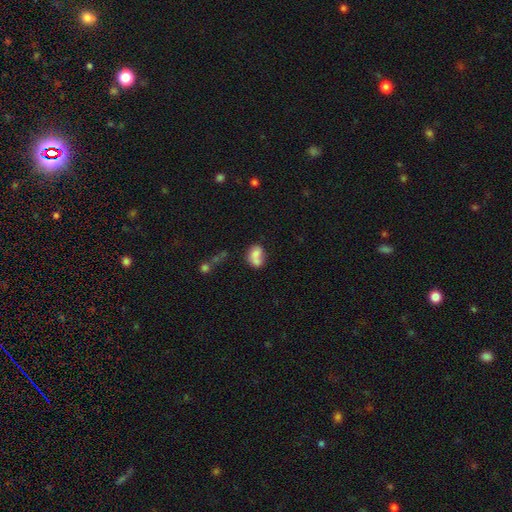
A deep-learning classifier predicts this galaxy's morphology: Q: Smooth or featured?
A: smooth (69%); runner-up: featured or disk (21%)
Q: How rounded?
A: in between (65%); runner-up: round (34%)
Q: Merging?
A: merger (46%); runner-up: none (29%)